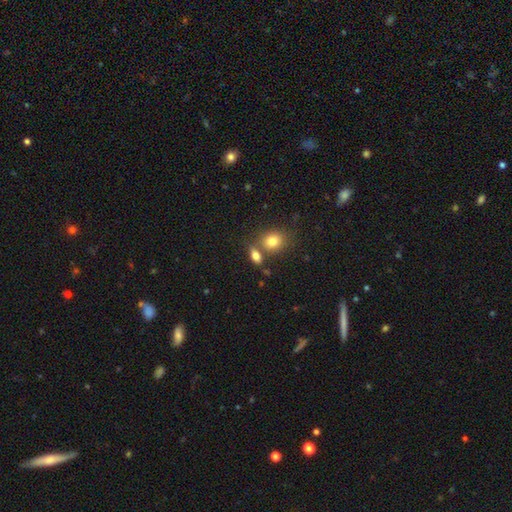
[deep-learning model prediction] This is likely a smooth galaxy (78%). How rounded: likely in between (73%). Merging: possibly none (57%).